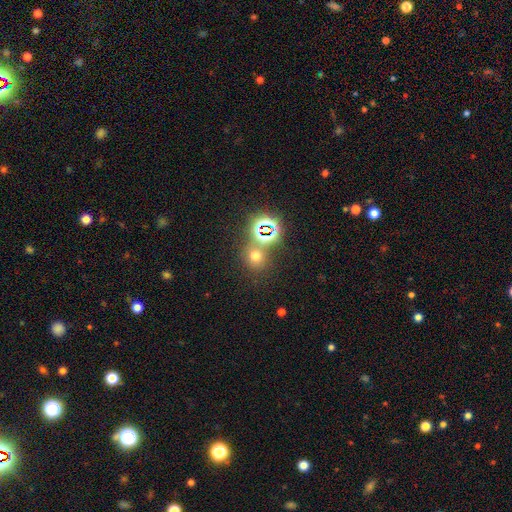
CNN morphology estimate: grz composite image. It shows a smooth galaxy with no disk features (54%) that is round (80%). Merging: none (66%).